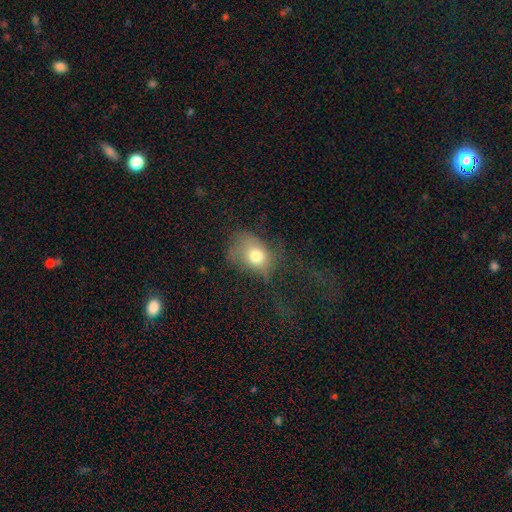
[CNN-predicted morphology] Smooth or featured? smooth (70%)
How rounded? in between (58%)
Merging? none (36%)